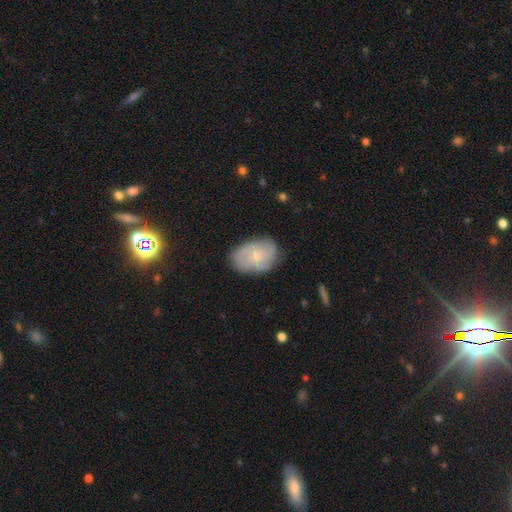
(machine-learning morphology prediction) type=featured or disk (60%); edge-on=no (97%); bar=no (78%); spiral arms=yes (87%); winding=tight (50%); arm count=can't tell (36%); bulge=small (67%); merging=none (75%).